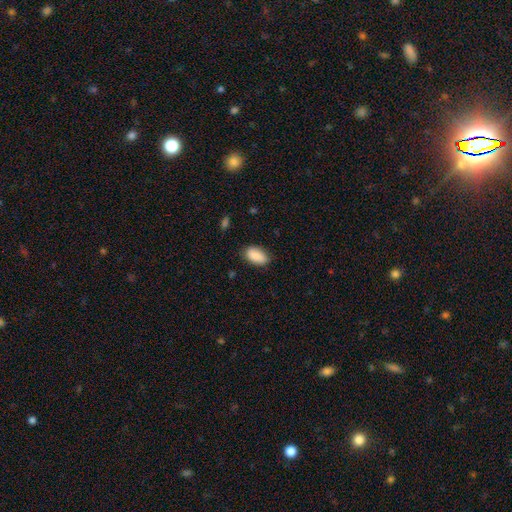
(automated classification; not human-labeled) Smooth or featured? Predicted: smooth (p=0.90). How rounded? Predicted: in between (p=0.93). Merging? Predicted: none (p=0.82).